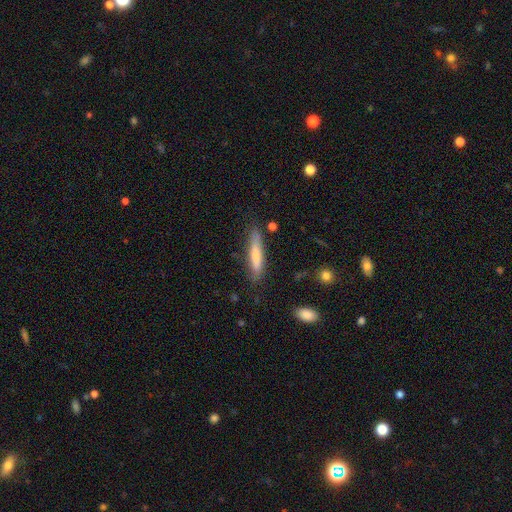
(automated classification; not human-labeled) Smooth or featured: smooth — 62% (featured or disk — 31%)
How rounded: cigar-shaped — 87% (in between — 11%)
Merging: none — 80% (minor disturbance — 15%)